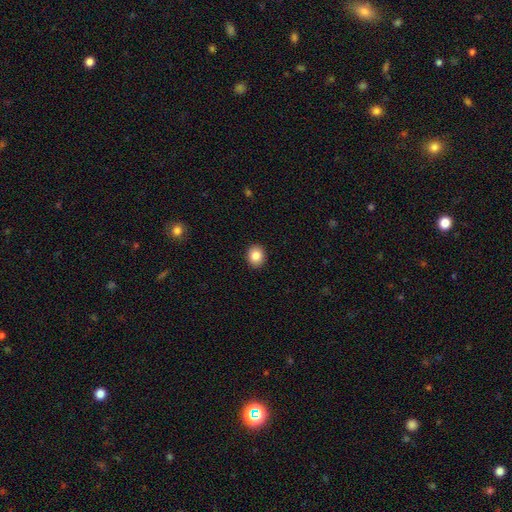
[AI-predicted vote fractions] This appears to be a smooth galaxy with no disk features (85%) that is round (69%). Merging: none (92%).